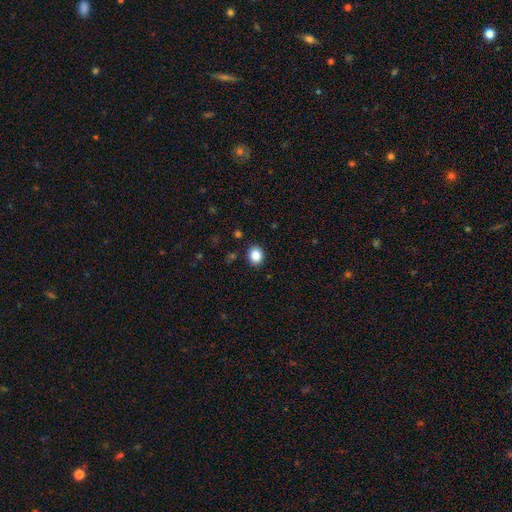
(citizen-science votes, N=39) smooth-or-featured: smooth: 77% | featured or disk: 13% | star or artifact: 10%
  how-rounded: round: 80% | in between: 20% | cigar-shaped: 0%
  merging: none: 94% | minor disturbance: 6% | major disturbance: 0% | merger: 0%